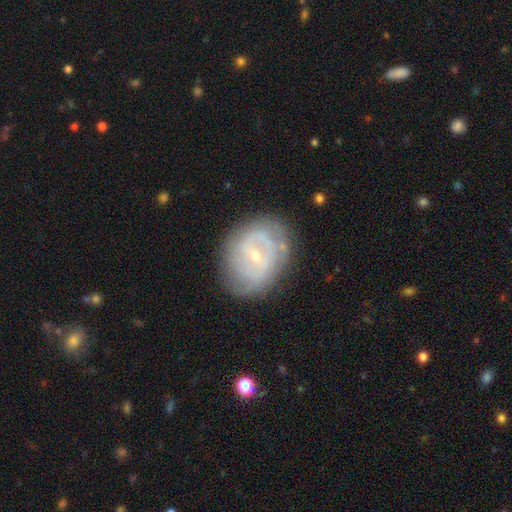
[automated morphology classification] The model was most divided on "bar": no: 45%, weak: 40%, strong: 15%. More confident: edge-on disk — no (96%); bulge size — small (78%); smooth or featured — featured or disk (73%); merging — none (71%); spiral arms — yes (71%).